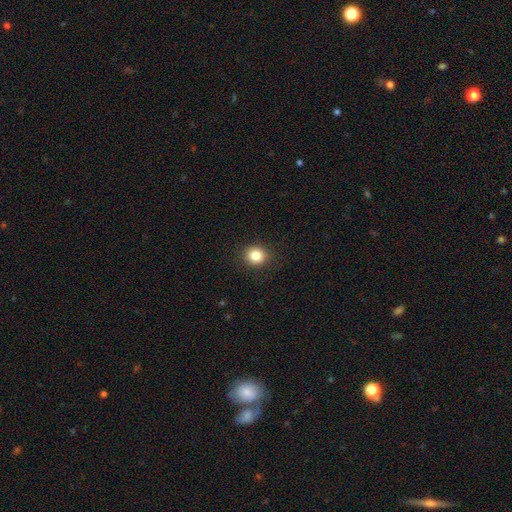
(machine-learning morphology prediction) The model was most divided on "how rounded": round: 83%, in between: 16%, cigar-shaped: 1%. More confident: merging — none (91%); smooth or featured — smooth (84%).